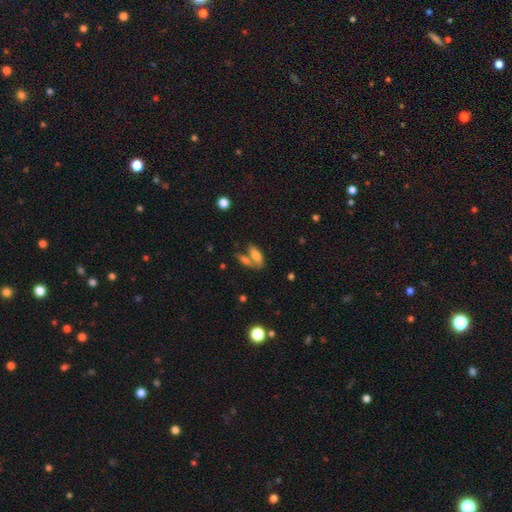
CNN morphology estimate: A smooth galaxy with no disk features (72%) that is in between round and cigar-shaped (78%).

Vote fractions:
- Smooth or featured? smooth: 72% / featured or disk: 19% / star or artifact: 9%
- How rounded? in between: 78% / cigar-shaped: 18% / round: 4%
- Merging? merger: 46% / none: 38% / minor disturbance: 10% / major disturbance: 5%